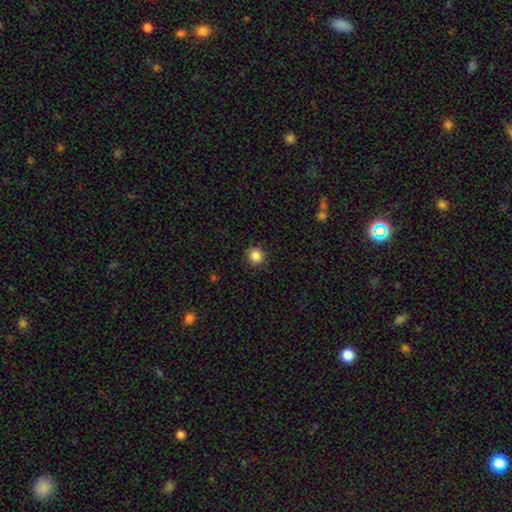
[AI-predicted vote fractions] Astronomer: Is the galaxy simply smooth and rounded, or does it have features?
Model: smooth — 86%.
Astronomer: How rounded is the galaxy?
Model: round — 92%.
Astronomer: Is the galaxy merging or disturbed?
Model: none — 90%.